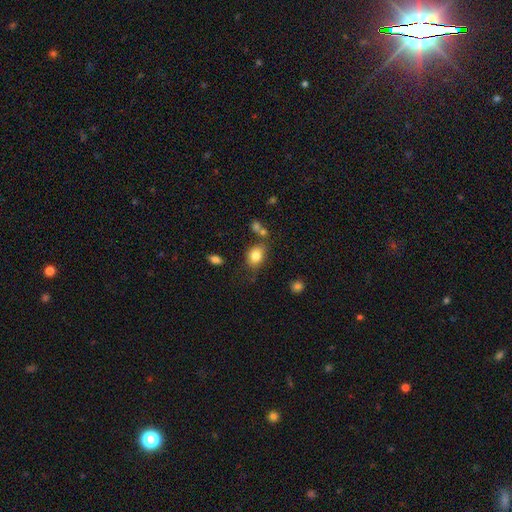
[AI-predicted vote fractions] Smooth or featured?
  - smooth: 81% *
  - star or artifact: 10%
  - featured or disk: 9%
How rounded?
  - in between: 67% *
  - round: 32%
  - cigar-shaped: 1%
Merging?
  - none: 64% *
  - minor disturbance: 19%
  - merger: 10%
  - major disturbance: 6%